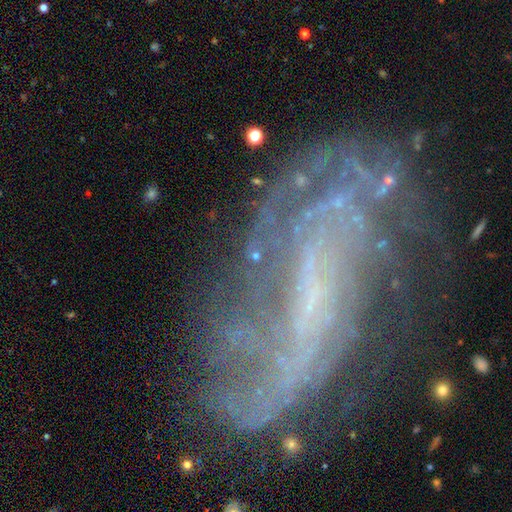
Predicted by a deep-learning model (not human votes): This appears to be a star or artifact, not a galaxy (48%).